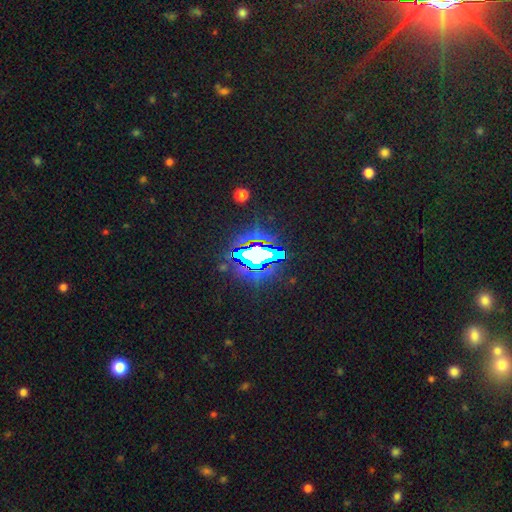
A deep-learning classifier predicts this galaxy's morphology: type=star or artifact (66%).